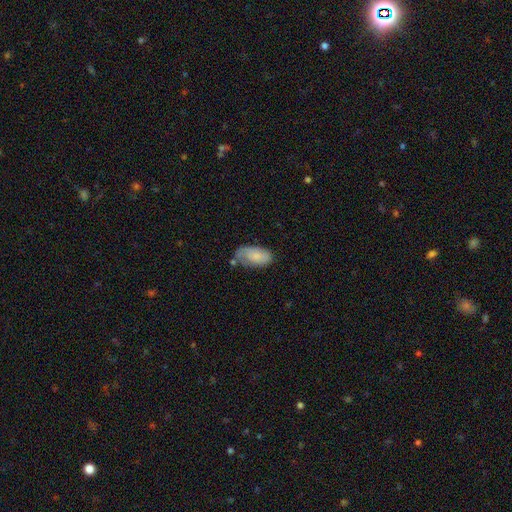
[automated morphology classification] smooth-or-featured: smooth: 75% | featured or disk: 18% | star or artifact: 7%
  how-rounded: in between: 94% | cigar-shaped: 4% | round: 3%
  merging: none: 49% | minor disturbance: 32% | major disturbance: 12% | merger: 7%